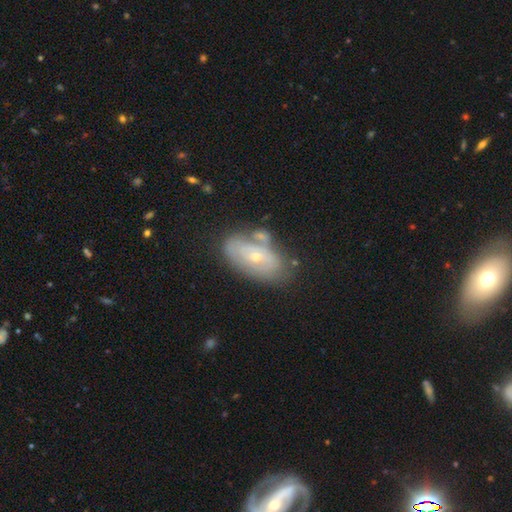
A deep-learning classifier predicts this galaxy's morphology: Smooth or featured?
  - featured or disk: 54% *
  - smooth: 39%
  - star or artifact: 8%
Edge-on disk?
  - no: 90% *
  - yes: 10%
Merging?
  - none: 52% *
  - minor disturbance: 21%
  - merger: 19%
  - major disturbance: 8%